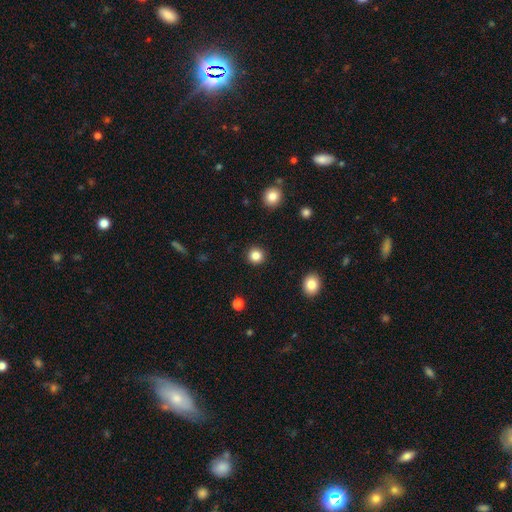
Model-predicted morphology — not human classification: smooth-or-featured: smooth: 85% | star or artifact: 11% | featured or disk: 4%
  how-rounded: round: 94% | in between: 5% | cigar-shaped: 1%
  merging: none: 93% | minor disturbance: 4% | major disturbance: 2% | merger: 1%